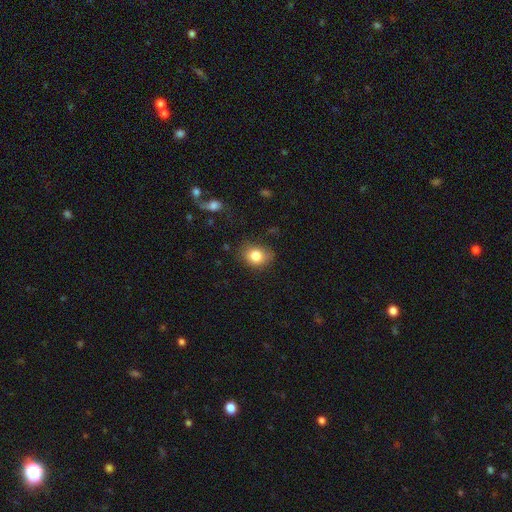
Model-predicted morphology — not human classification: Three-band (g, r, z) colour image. It shows a smooth galaxy with no disk features (82%) that is round (53%). Merging: none (76%).